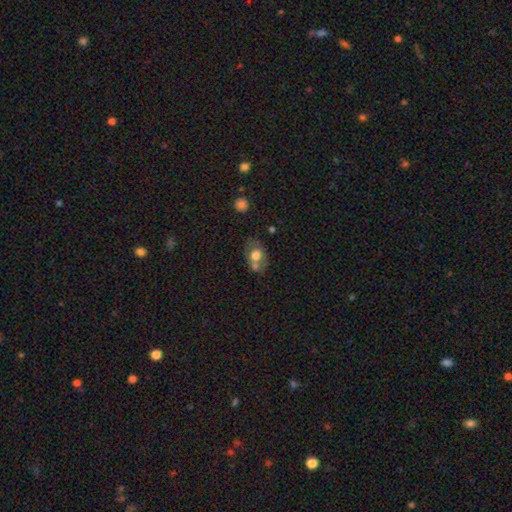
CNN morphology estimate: This appears to be a smooth galaxy with no disk features (63%) that is in between round and cigar-shaped (71%). Merging: none (44%).